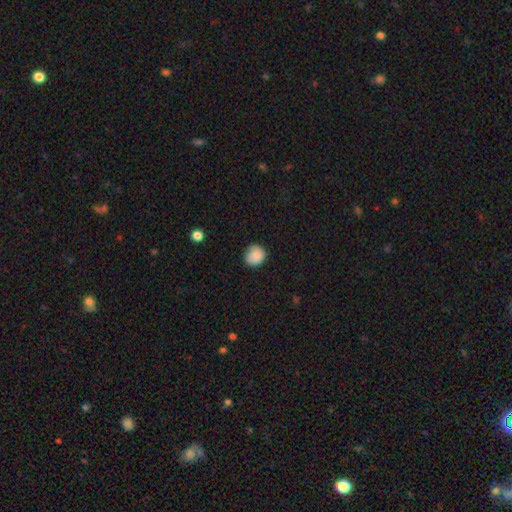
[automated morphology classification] A smooth galaxy with no disk features (81%) that is round (84%). Merging: none (76%).